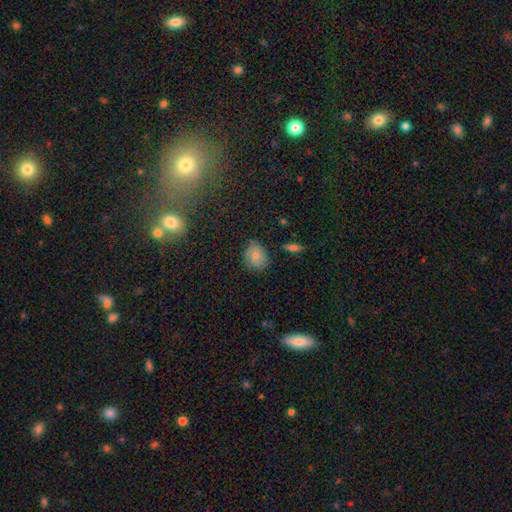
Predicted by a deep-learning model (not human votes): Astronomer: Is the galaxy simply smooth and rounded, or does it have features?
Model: smooth — 71%.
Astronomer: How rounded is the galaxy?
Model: round — 52% (runner-up: in between, 46%).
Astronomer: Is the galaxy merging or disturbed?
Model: none — 74%.